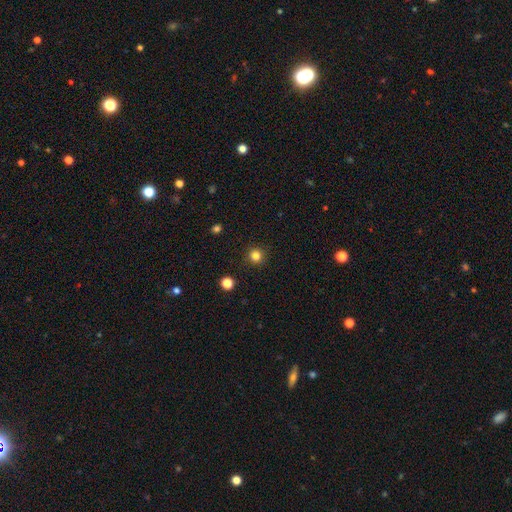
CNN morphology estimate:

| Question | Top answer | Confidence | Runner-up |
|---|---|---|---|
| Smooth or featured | smooth | 82% | star or artifact (14%) |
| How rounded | round | 95% | in between (4%) |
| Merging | none | 92% | minor disturbance (5%) |